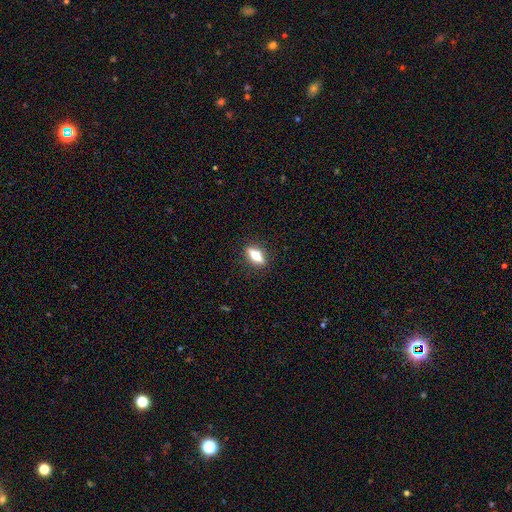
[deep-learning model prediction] This is possibly a smooth galaxy (54%). How rounded: possibly in between (56%). Merging: clearly none (87%).